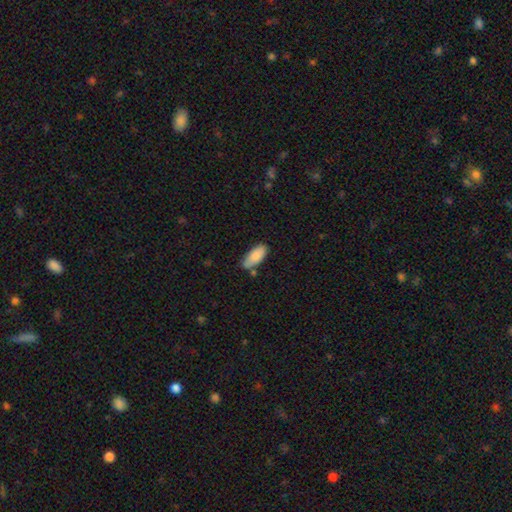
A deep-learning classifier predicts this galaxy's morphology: Smooth or featured? smooth (86%)
How rounded? in between (83%)
Merging? none (68%)